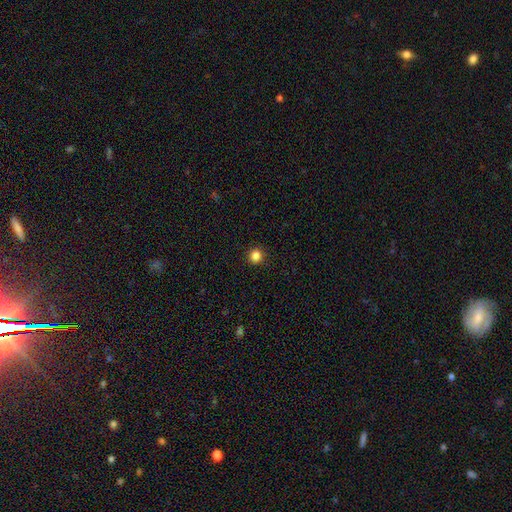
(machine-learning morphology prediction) A smooth galaxy with no disk features (85%) that is round (93%). Merging: none (92%).